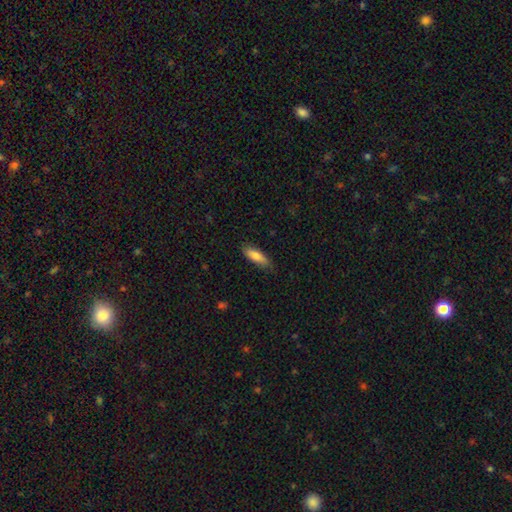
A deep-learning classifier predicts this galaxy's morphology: smooth 79%, featured or disk 15%, star or artifact 6%. Down the decision tree: how rounded — in between (50%); merging — none (82%).